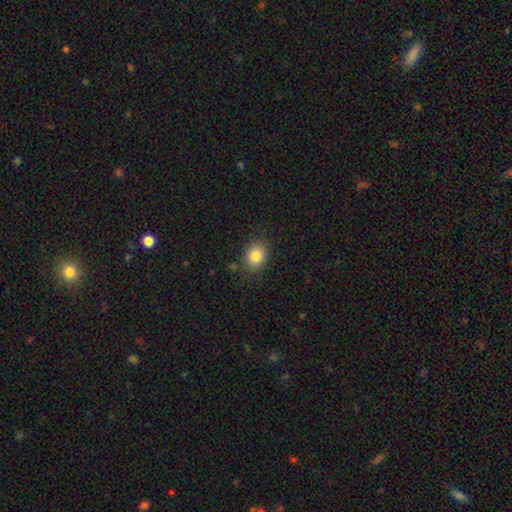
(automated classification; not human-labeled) This is clearly a smooth galaxy (84%). How rounded: possibly round (52%). Merging: clearly none (83%).